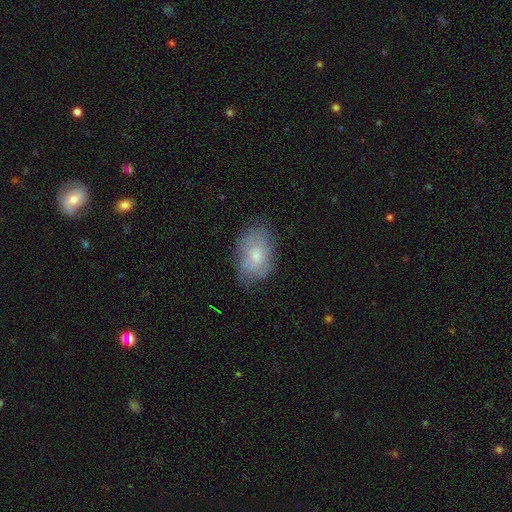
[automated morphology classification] type=smooth (57%); roundness=in between (84%); merging=none (63%).